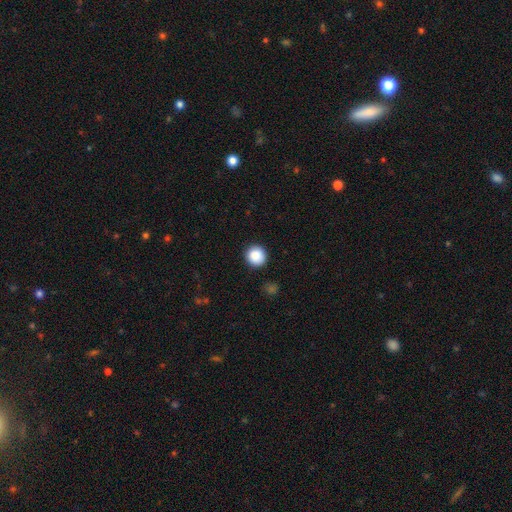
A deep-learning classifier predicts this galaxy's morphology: Smooth or featured? smooth (88%)
How rounded? round (94%)
Merging? none (91%)